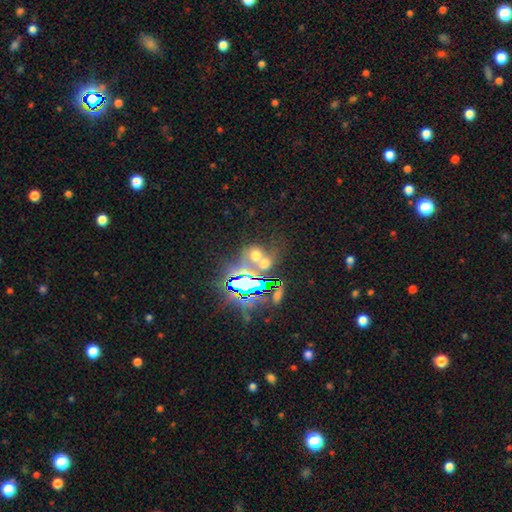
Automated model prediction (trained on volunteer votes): smooth-or-featured: smooth: 44% | star or artifact: 42% | featured or disk: 15%
  merging: merger: 44% | none: 38% | minor disturbance: 9% | major disturbance: 8%